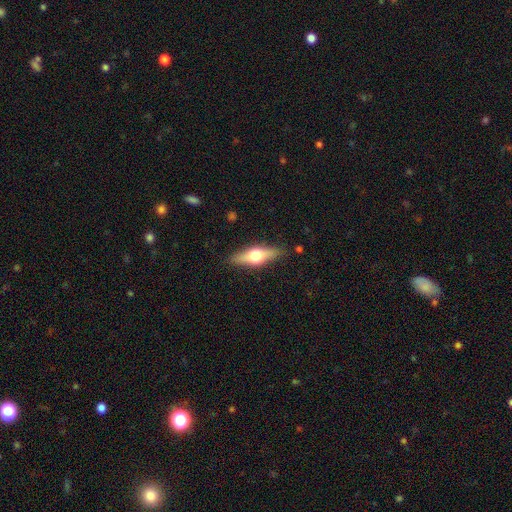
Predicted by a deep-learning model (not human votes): The model was most divided on "smooth or featured": featured or disk: 53%, smooth: 41%, star or artifact: 6%. More confident: edge-on disk — yes (92%); merging — none (86%).